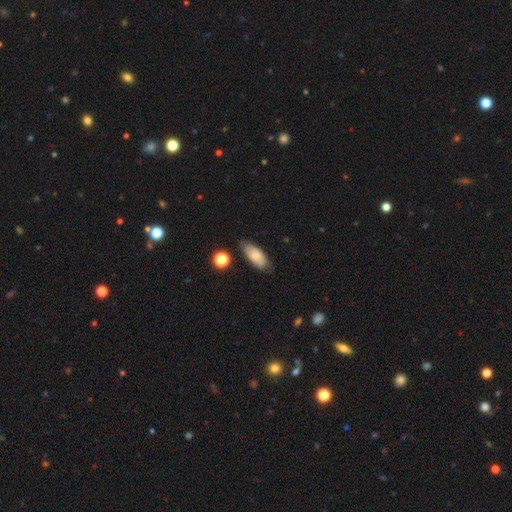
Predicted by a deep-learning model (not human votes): Smooth or featured?
  - smooth: 82% *
  - featured or disk: 12%
  - star or artifact: 7%
How rounded?
  - in between: 83% *
  - cigar-shaped: 14%
  - round: 2%
Merging?
  - none: 77% *
  - minor disturbance: 17%
  - major disturbance: 3%
  - merger: 3%